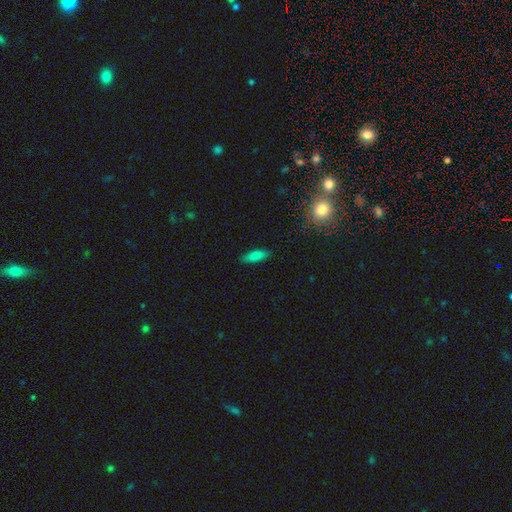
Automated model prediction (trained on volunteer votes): Overall: smooth (82%). How rounded: in between (58%; cigar-shaped 39%). Merging: none (86%).